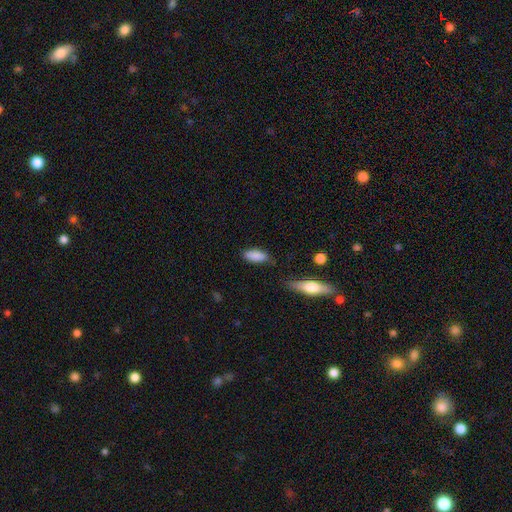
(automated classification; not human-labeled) A smooth galaxy with no disk features (88%) that is in between round and cigar-shaped (81%). Merging: none (73%).